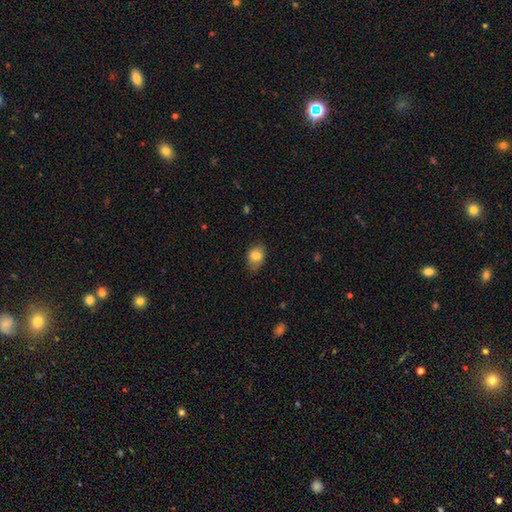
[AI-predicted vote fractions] This appears to be a smooth galaxy with no disk features (81%) that is in between round and cigar-shaped (70%). Merging: none (74%).